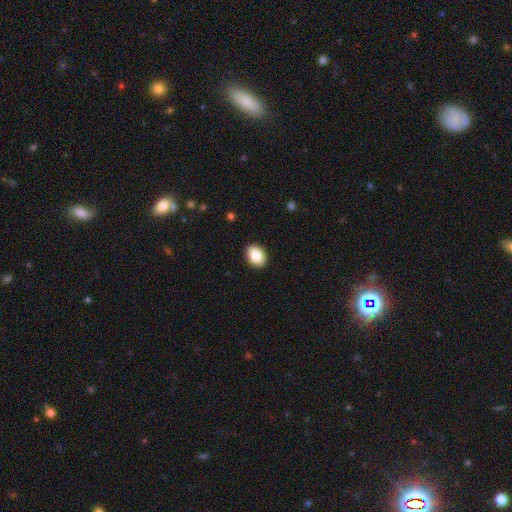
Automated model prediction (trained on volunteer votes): The model was most divided on "how rounded": in between: 77%, round: 22%, cigar-shaped: 1%. More confident: merging — none (91%); smooth or featured — smooth (86%).